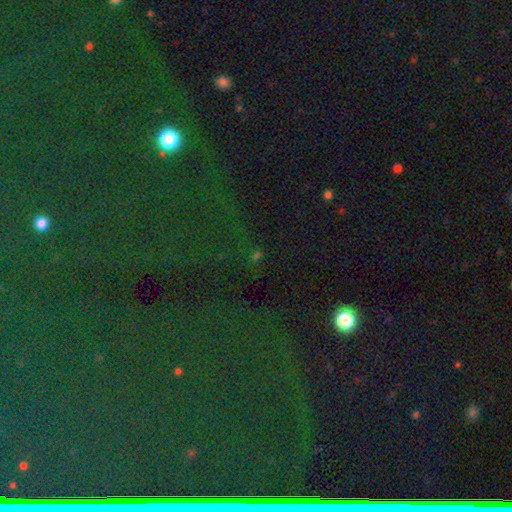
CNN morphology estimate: Smooth or featured? star or artifact (66%)